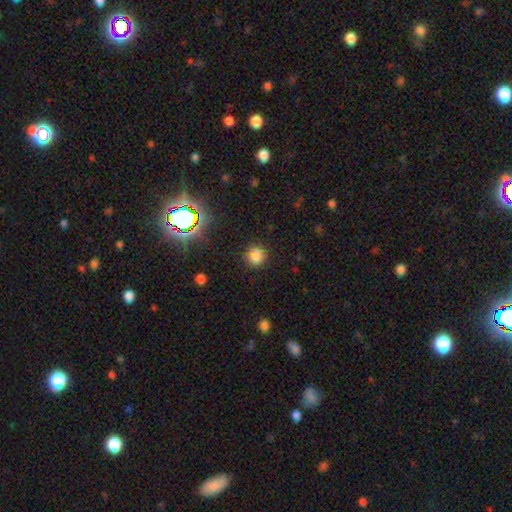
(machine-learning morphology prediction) smooth 81%, star or artifact 15%, featured or disk 4%. Down the decision tree: how rounded — round (91%); merging — none (89%).